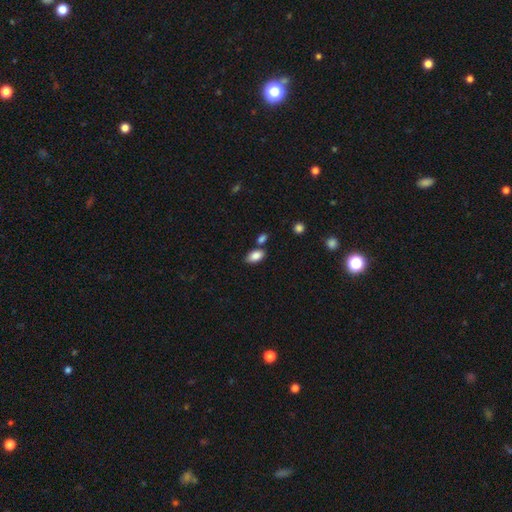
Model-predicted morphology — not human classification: A smooth galaxy with no disk features (87%) that is in between round and cigar-shaped (91%). Merging: none (71%).